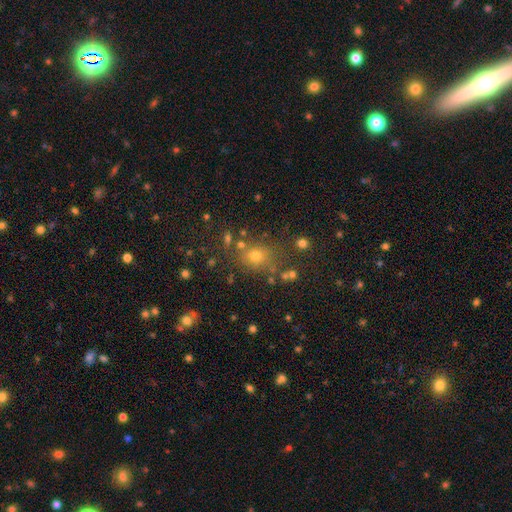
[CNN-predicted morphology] smooth 64%, star or artifact 26%, featured or disk 10%. Down the decision tree: how rounded — round (71%); merging — none (75%).